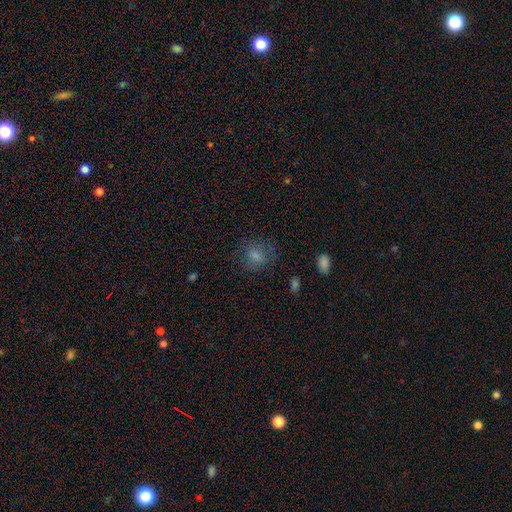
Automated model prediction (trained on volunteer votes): A smooth galaxy with no disk features (61%) that is round (73%). Merging: none (76%).